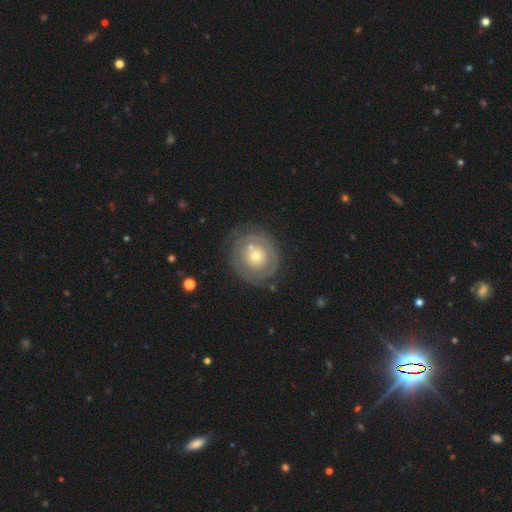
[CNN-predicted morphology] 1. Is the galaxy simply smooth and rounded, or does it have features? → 62% featured or disk, 31% smooth, 6% star or artifact.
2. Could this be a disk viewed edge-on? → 96% no, 4% yes.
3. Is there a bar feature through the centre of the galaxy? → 90% no, 8% weak, 2% strong.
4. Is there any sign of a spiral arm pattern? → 58% no, 42% yes.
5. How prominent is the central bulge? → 49% small, 45% moderate, 4% large, 1% none, 1% dominant.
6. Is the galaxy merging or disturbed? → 72% none, 15% minor disturbance, 6% major disturbance, 6% merger.